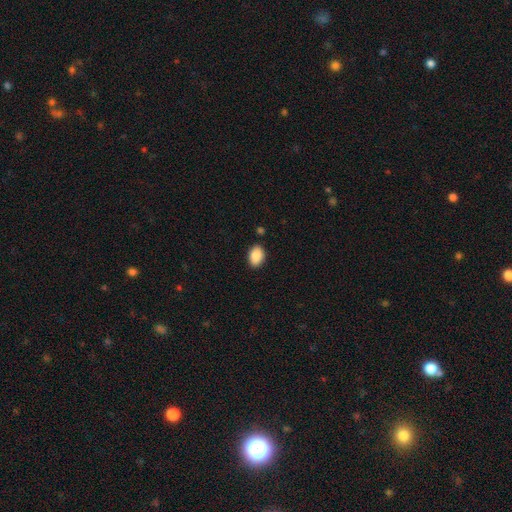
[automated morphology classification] Smooth or featured?
  - smooth: 88% *
  - star or artifact: 7%
  - featured or disk: 4%
How rounded?
  - in between: 86% *
  - round: 13%
  - cigar-shaped: 1%
Merging?
  - none: 88% *
  - minor disturbance: 8%
  - major disturbance: 2%
  - merger: 2%